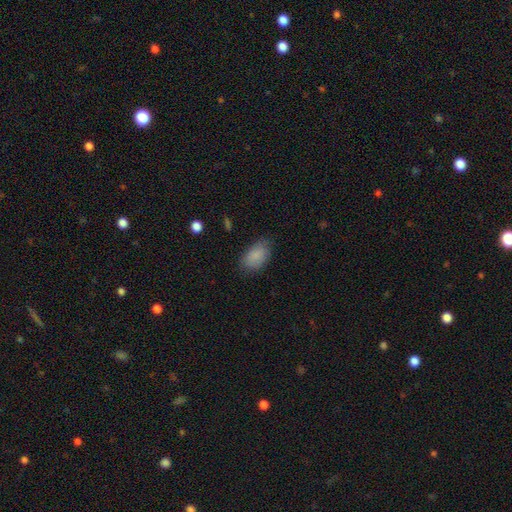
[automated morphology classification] Smooth or featured? Predicted: smooth (p=0.87). How rounded? Predicted: in between (p=0.92). Merging? Predicted: none (p=0.77).